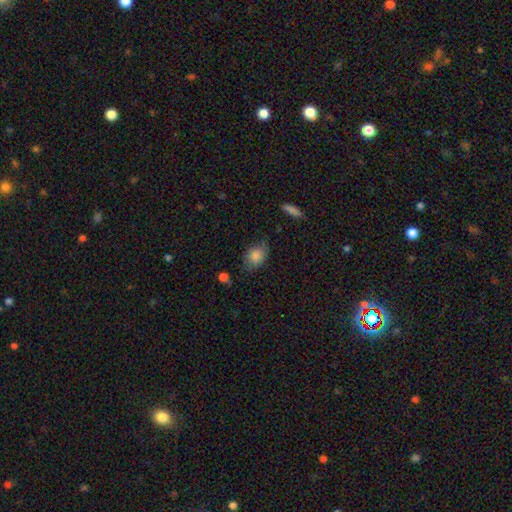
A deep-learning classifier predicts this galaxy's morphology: type=smooth (82%); roundness=in between (68%); merging=none (67%).